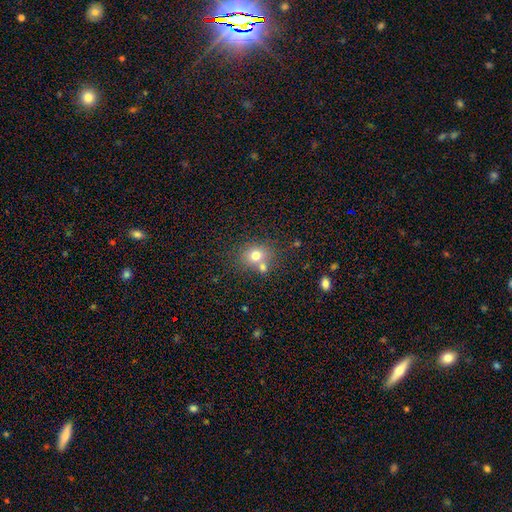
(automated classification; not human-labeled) Morphology: type=smooth (73%); roundness=round (71%); merging=none (58%).